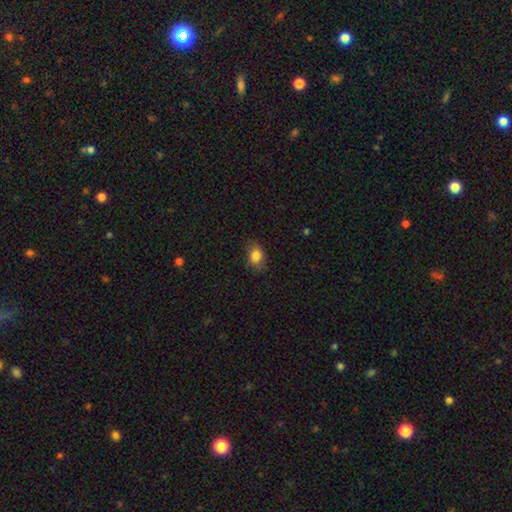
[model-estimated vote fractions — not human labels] A smooth galaxy with no disk features (83%) that is in between round and cigar-shaped (72%). Merging: none (77%).